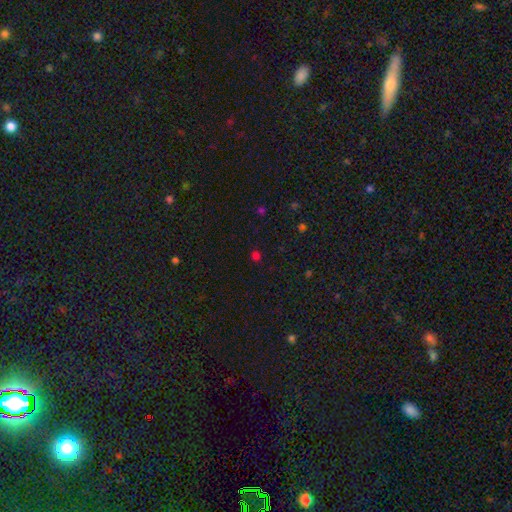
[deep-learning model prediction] This is likely a smooth galaxy (63%). How rounded: likely round (79%). Merging: clearly none (85%).